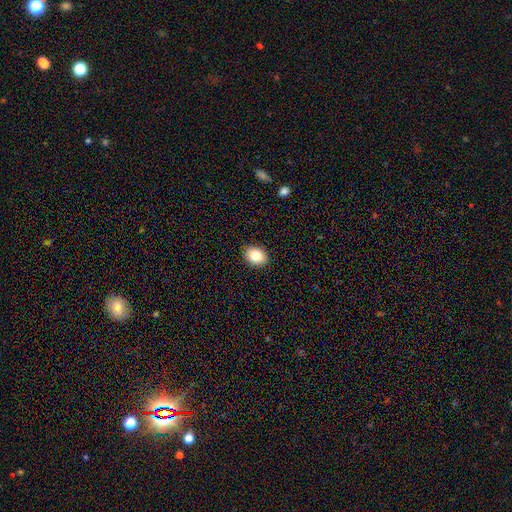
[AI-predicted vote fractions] This appears to be a smooth galaxy with no disk features (82%) that is in between round and cigar-shaped (68%). Merging: none (90%).